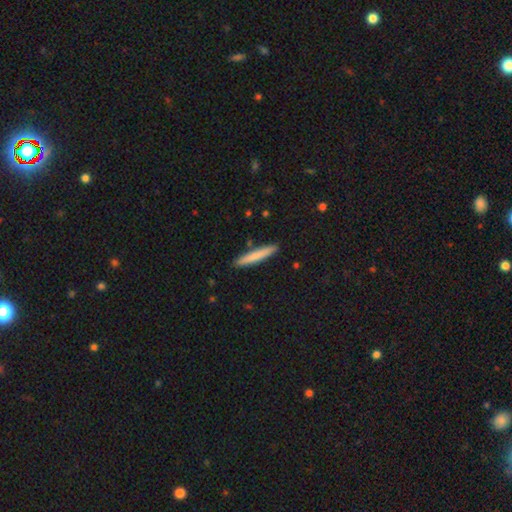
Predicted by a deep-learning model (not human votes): Q: Smooth or featured?
A: smooth (77%); runner-up: featured or disk (17%)
Q: How rounded?
A: cigar-shaped (95%); runner-up: in between (4%)
Q: Merging?
A: none (89%); runner-up: minor disturbance (7%)